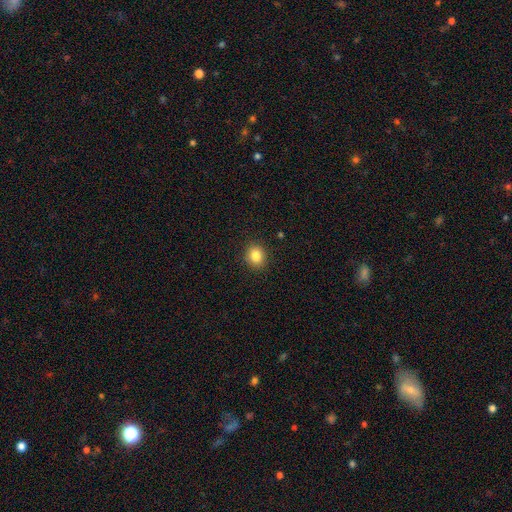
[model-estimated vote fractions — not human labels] A smooth galaxy with no disk features (84%) that is round (73%).

Vote fractions:
- Smooth or featured? smooth: 84% / star or artifact: 10% / featured or disk: 6%
- How rounded? round: 73% / in between: 26% / cigar-shaped: 1%
- Merging? none: 91% / minor disturbance: 6% / major disturbance: 2% / merger: 1%